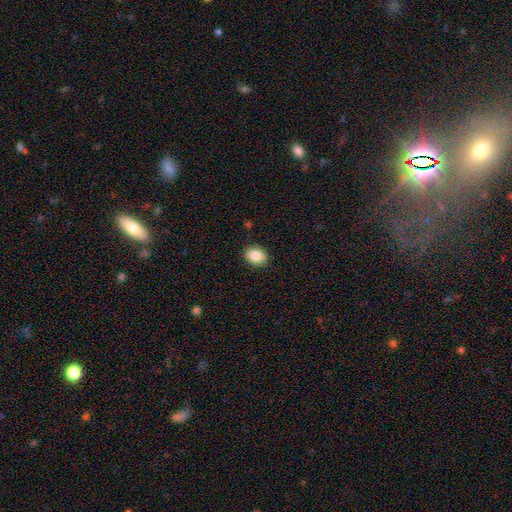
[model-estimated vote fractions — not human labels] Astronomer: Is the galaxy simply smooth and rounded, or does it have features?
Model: smooth — 86%.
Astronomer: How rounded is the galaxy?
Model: in between — 62%.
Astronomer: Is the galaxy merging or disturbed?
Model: none — 89%.